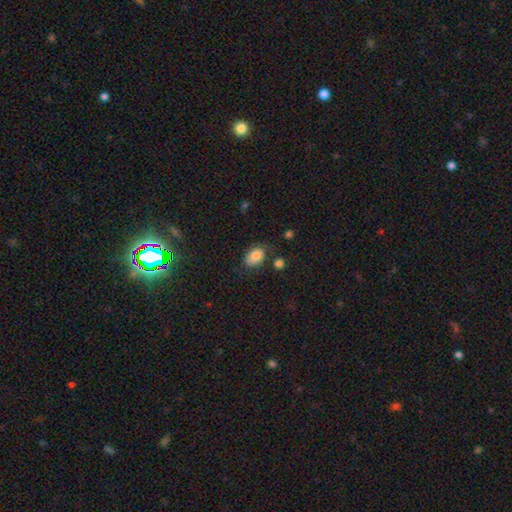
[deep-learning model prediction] Morphology: type=smooth (82%); roundness=in between (85%); merging=none (64%).